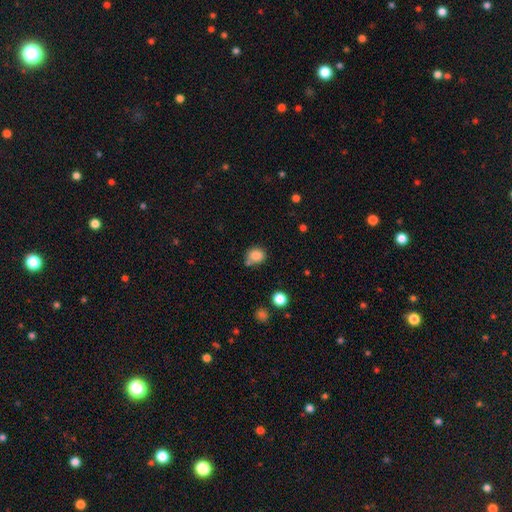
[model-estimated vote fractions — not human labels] The model was most divided on "how rounded": round: 71%, in between: 28%, cigar-shaped: 1%. More confident: smooth or featured — smooth (84%); merging — none (65%).